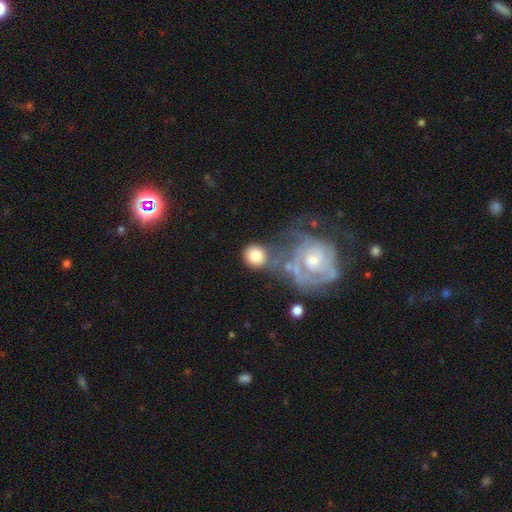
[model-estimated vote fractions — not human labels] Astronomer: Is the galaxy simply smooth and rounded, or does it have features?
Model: smooth — 68%.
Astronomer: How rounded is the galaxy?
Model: round — 82%.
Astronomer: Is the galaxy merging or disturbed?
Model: none — 51%.